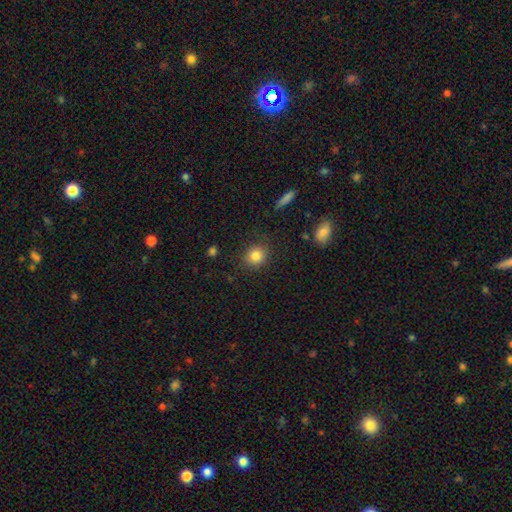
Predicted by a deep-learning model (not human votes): Smooth or featured? Predicted: smooth (p=0.84). How rounded? Predicted: round (p=0.79). Merging? Predicted: none (p=0.86).